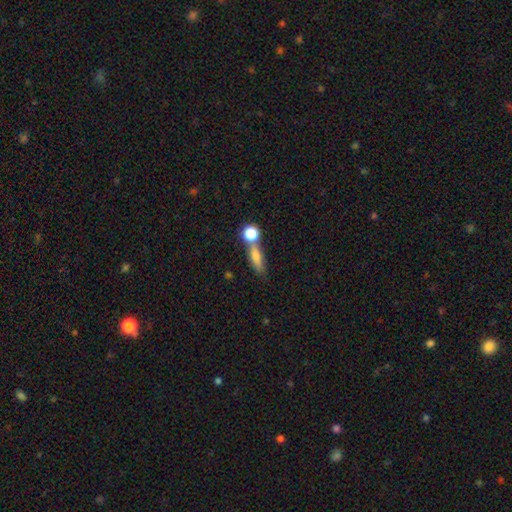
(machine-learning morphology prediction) smooth-or-featured: smooth: 62% | featured or disk: 24% | star or artifact: 14%
  how-rounded: cigar-shaped: 51% | in between: 35% | round: 14%
  merging: none: 57% | merger: 24% | minor disturbance: 12% | major disturbance: 6%